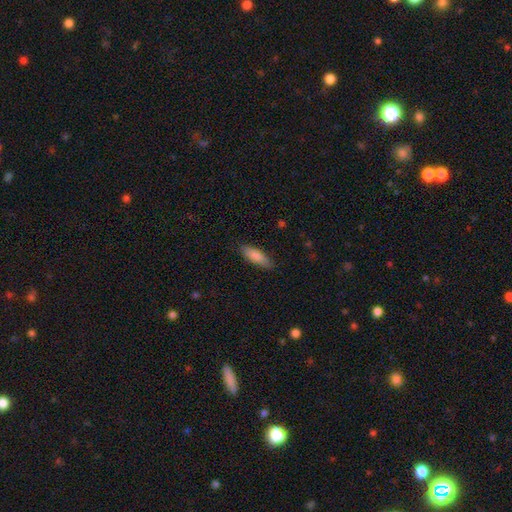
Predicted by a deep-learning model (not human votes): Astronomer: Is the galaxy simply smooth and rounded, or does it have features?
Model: smooth — 85%.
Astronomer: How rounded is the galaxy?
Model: in between — 54% (runner-up: cigar-shaped, 44%).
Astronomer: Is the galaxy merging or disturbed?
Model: none — 83%.